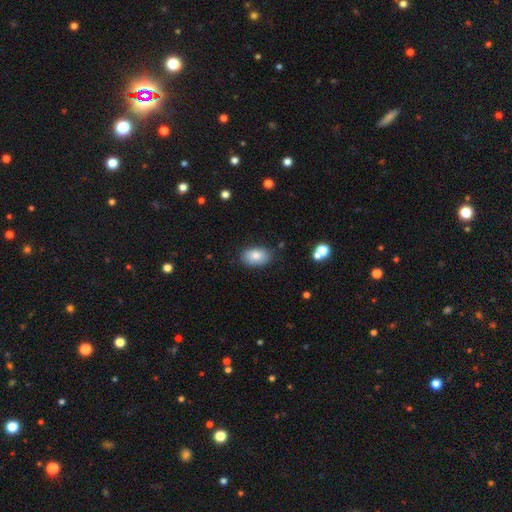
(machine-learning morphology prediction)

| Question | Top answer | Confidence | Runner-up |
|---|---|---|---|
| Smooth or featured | smooth | 83% | featured or disk (9%) |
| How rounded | in between | 89% | round (9%) |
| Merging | none | 82% | minor disturbance (13%) |